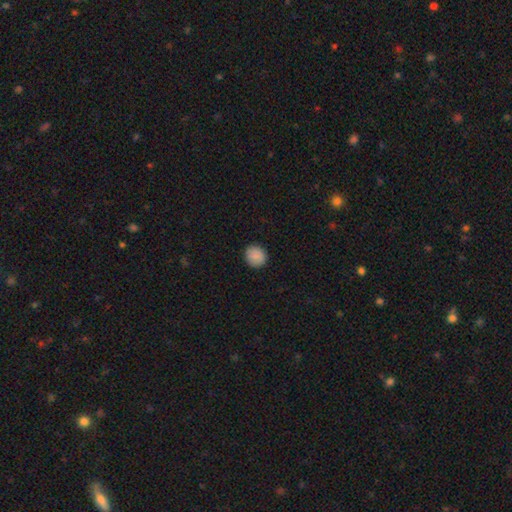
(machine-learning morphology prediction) Q: Smooth or featured?
A: smooth (88%); runner-up: star or artifact (8%)
Q: How rounded?
A: round (88%); runner-up: in between (11%)
Q: Merging?
A: none (91%); runner-up: minor disturbance (7%)